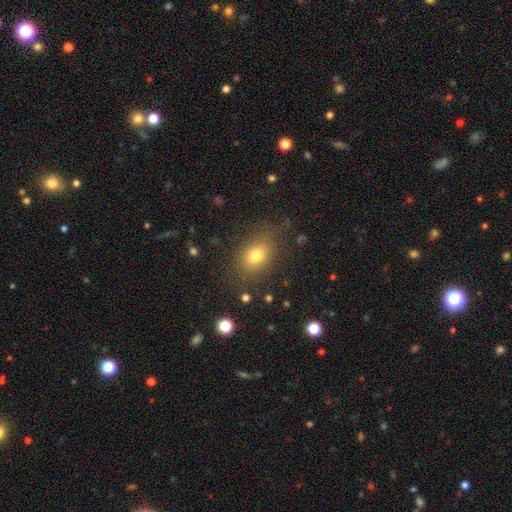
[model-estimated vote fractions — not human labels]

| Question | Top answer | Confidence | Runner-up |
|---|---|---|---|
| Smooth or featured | smooth | 76% | star or artifact (13%) |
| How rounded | in between | 70% | round (29%) |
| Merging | none | 79% | minor disturbance (14%) |